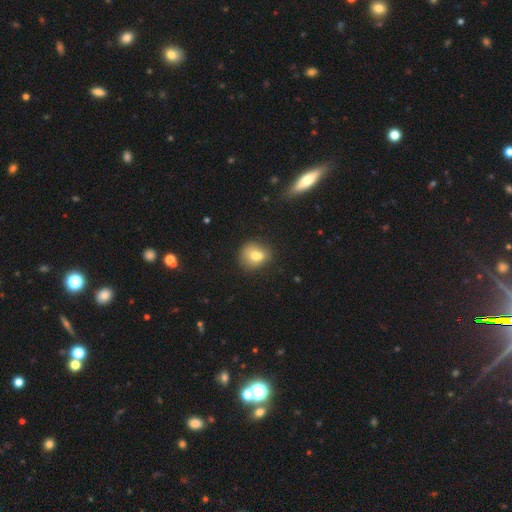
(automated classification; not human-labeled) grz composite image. It shows a smooth galaxy with no disk features (72%) that is round (70%). Merging: none (50%).